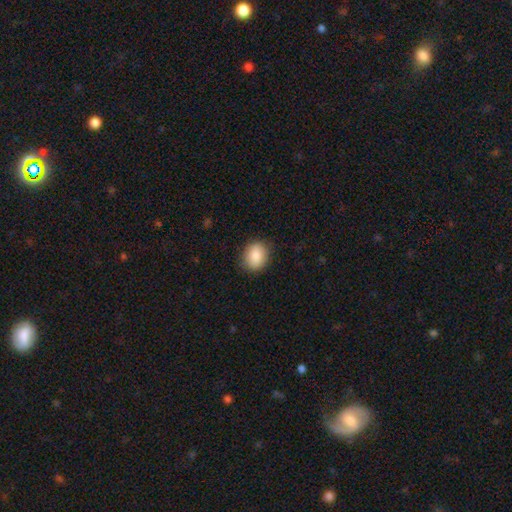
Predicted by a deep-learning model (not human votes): Smooth or featured?
  - smooth: 86% *
  - star or artifact: 7%
  - featured or disk: 7%
How rounded?
  - round: 52% *
  - in between: 47%
  - cigar-shaped: 1%
Merging?
  - none: 85% *
  - minor disturbance: 11%
  - major disturbance: 3%
  - merger: 1%